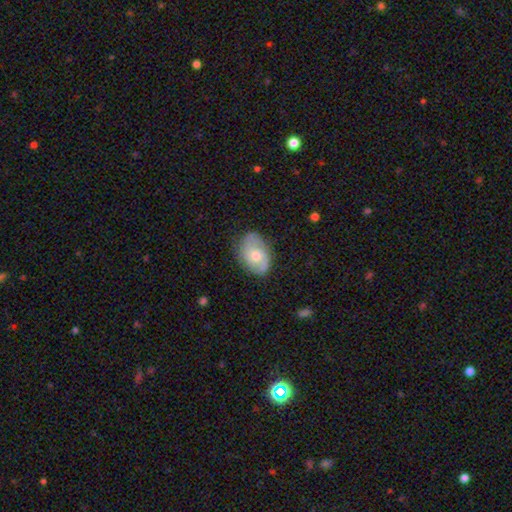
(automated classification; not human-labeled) A featured or disk galaxy (50%). Merging: none (73%).